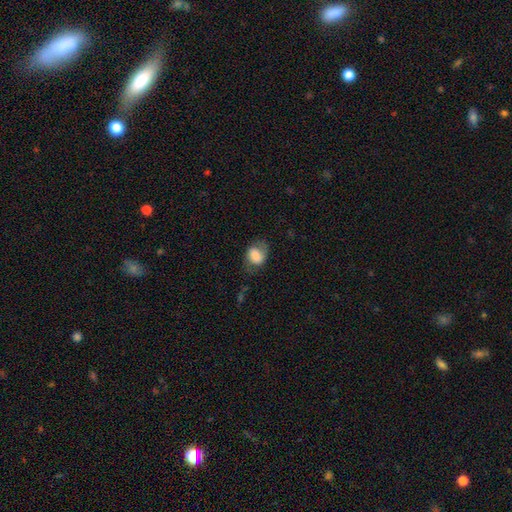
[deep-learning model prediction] Morphology: type=smooth (69%); roundness=in between (67%); merging=none (54%).